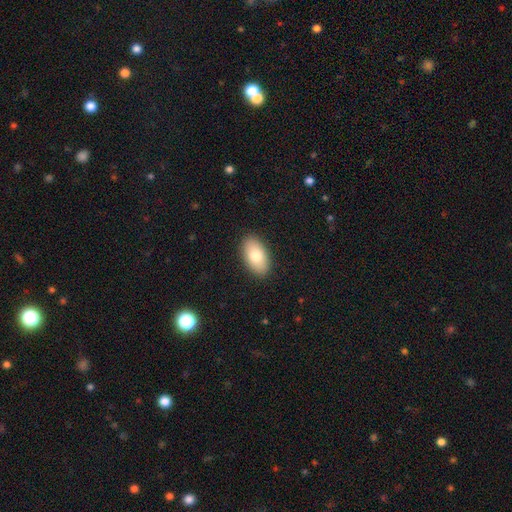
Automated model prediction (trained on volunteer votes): Overall: smooth (79%). How rounded: in between (95%). Merging: none (89%).